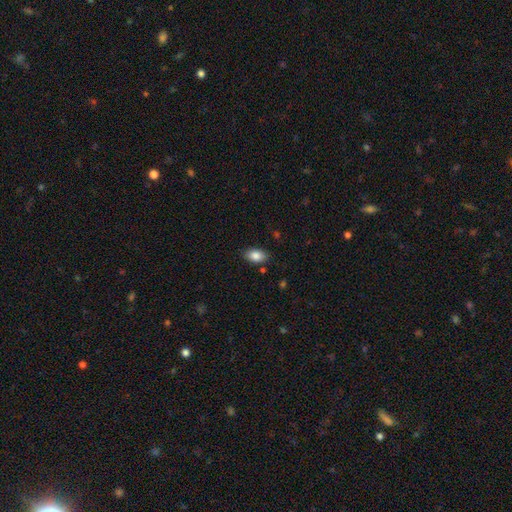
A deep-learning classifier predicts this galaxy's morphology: Smooth or featured: smooth — 85% (featured or disk — 8%)
How rounded: in between — 91% (round — 7%)
Merging: none — 86% (minor disturbance — 10%)